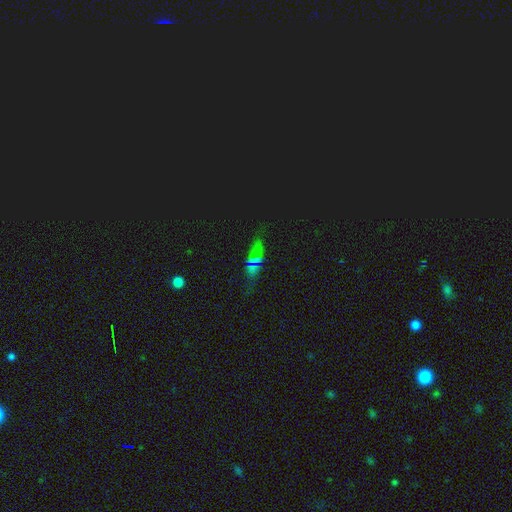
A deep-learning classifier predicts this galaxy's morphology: Overall: star or artifact (44%; smooth 43%).